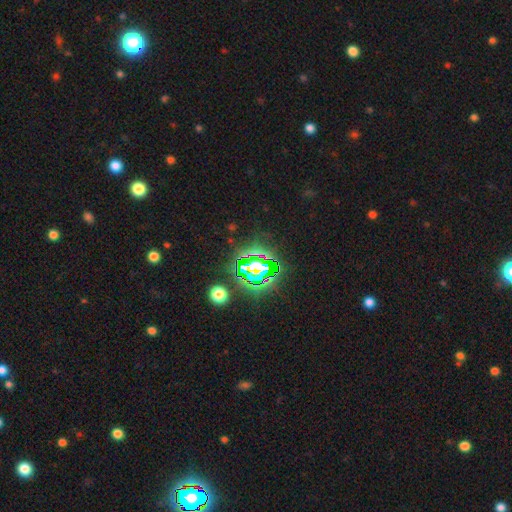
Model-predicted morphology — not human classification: smooth_or_featured: star or artifact (p=0.79) [alt: smooth p=0.13]